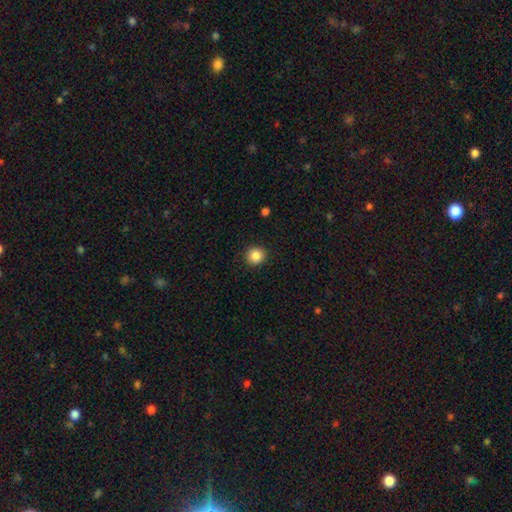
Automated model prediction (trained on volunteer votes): smooth 86%, star or artifact 10%, featured or disk 4%. Down the decision tree: how rounded — round (93%); merging — none (92%).